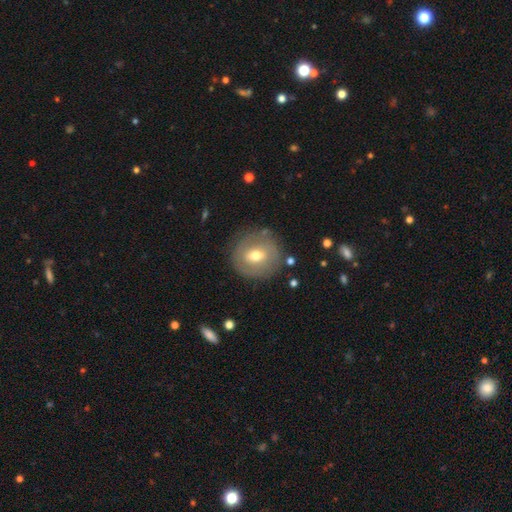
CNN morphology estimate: A smooth galaxy with no disk features (47%). Merging: none (80%).